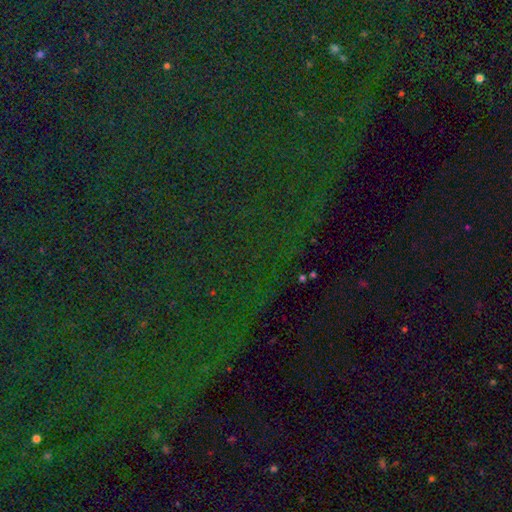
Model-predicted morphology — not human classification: star or artifact 84%, smooth 9%, featured or disk 8%.